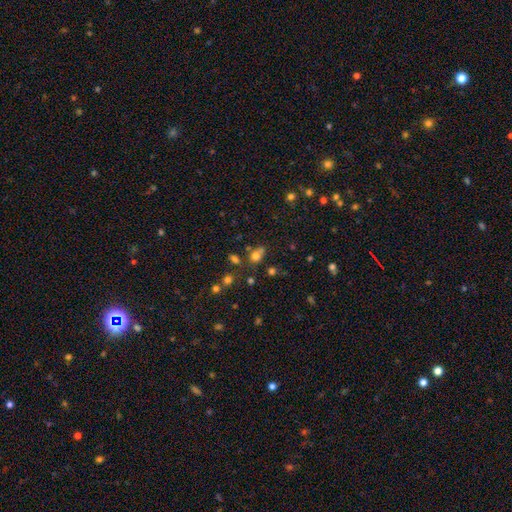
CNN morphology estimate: Smooth or featured: smooth — 68% (star or artifact — 22%)
How rounded: round — 65% (in between — 33%)
Merging: none — 51% (merger — 30%)